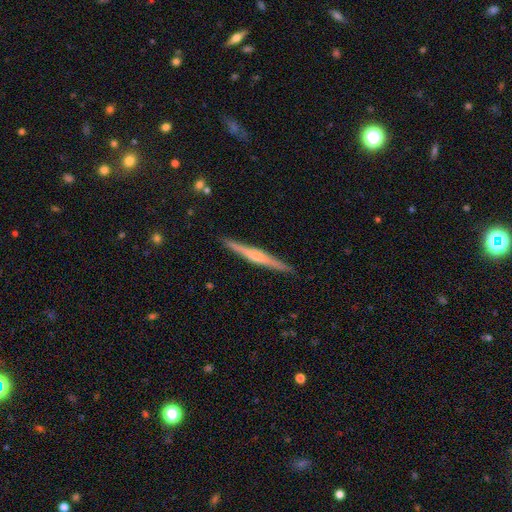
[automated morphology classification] Q: Smooth or featured?
A: featured or disk (67%); runner-up: smooth (27%)
Q: Edge-on disk?
A: yes (98%); runner-up: no (2%)
Q: Edge-on bulge?
A: rounded (60%); runner-up: none (23%)
Q: Merging?
A: none (91%); runner-up: minor disturbance (6%)